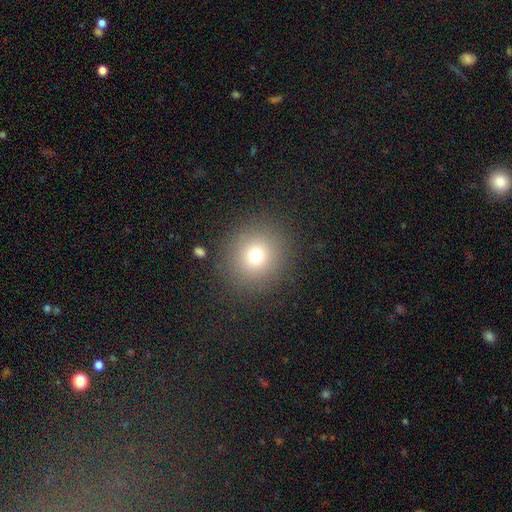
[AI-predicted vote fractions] Smooth or featured: smooth — 73% (star or artifact — 16%)
How rounded: round — 89% (in between — 11%)
Merging: none — 88% (minor disturbance — 7%)